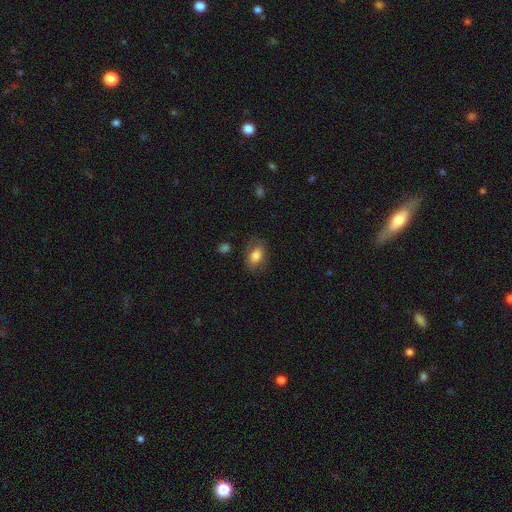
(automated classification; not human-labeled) Smooth or featured: smooth — 79% (featured or disk — 13%)
How rounded: in between — 87% (round — 11%)
Merging: none — 76% (minor disturbance — 16%)